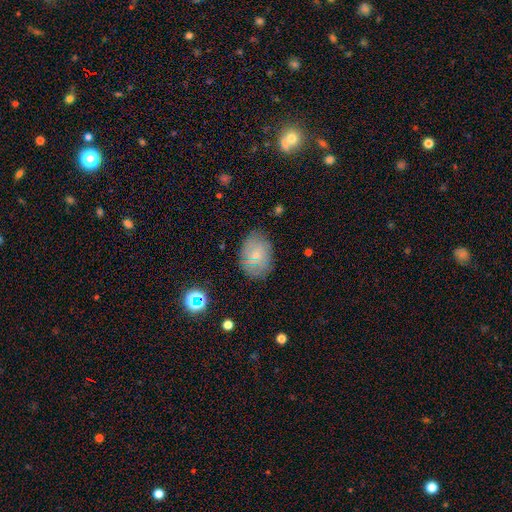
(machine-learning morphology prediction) Smooth or featured: smooth — 60% (featured or disk — 29%)
How rounded: in between — 76% (round — 23%)
Merging: none — 79% (minor disturbance — 16%)